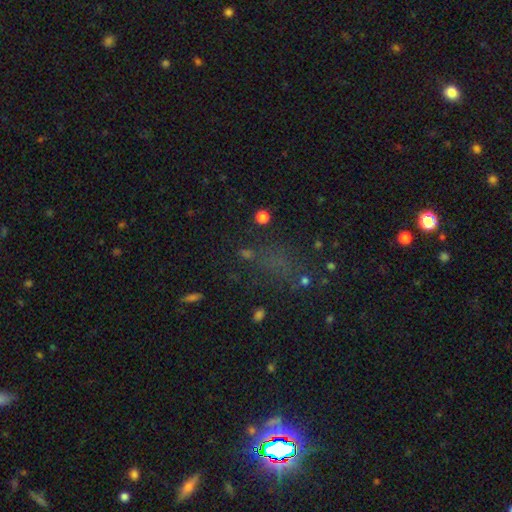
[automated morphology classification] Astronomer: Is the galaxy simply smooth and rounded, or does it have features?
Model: star or artifact — 53% (runner-up: smooth, 32%).